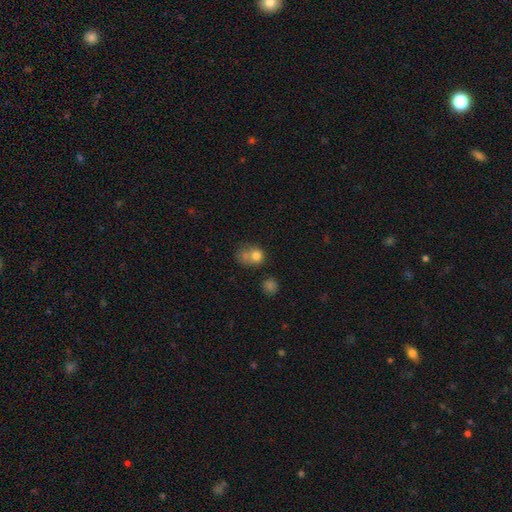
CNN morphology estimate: This appears to be a smooth galaxy with no disk features (74%) that is round (62%). Merging: merger (33%).